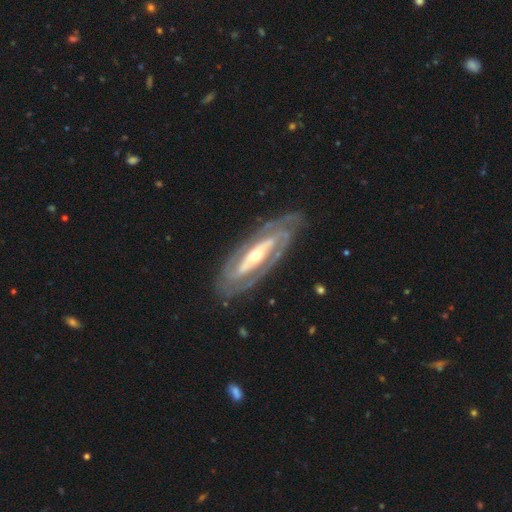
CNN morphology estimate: smooth-or-featured: featured or disk: 87% | smooth: 8% | star or artifact: 4%
  disk-edge-on: no: 87% | yes: 13%
    bar: no: 40% | strong: 39% | weak: 21%
    has-spiral-arms: yes: 87% | no: 13%
      spiral-winding: tight: 64% | medium: 28% | loose: 8%
      spiral-arm-count: 2: 64% | can't tell: 20% | 3: 7% | 1: 4% | 4: 3% | more than 4: 3%
    bulge-size: moderate: 54% | small: 39% | large: 4% | dominant: 1% | none: 1%
  merging: none: 80% | minor disturbance: 13% | major disturbance: 5% | merger: 1%